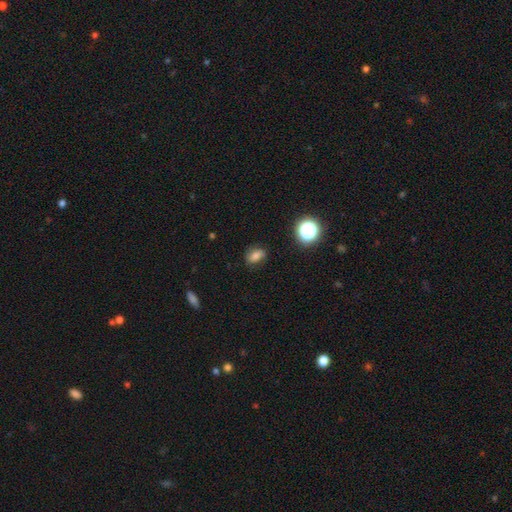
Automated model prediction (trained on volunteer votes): A smooth galaxy with no disk features (68%) that is in between round and cigar-shaped (68%).

Vote fractions:
- Smooth or featured? smooth: 68% / star or artifact: 16% / featured or disk: 16%
- How rounded? in between: 68% / round: 30% / cigar-shaped: 2%
- Merging? none: 75% / minor disturbance: 18% / major disturbance: 5% / merger: 2%